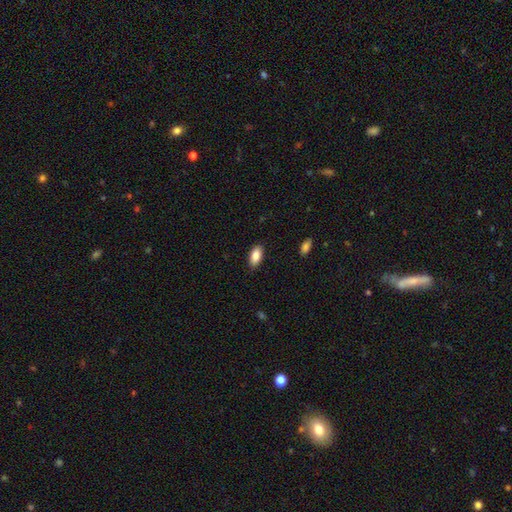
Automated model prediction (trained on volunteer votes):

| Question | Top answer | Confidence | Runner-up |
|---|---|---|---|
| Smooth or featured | smooth | 86% | star or artifact (7%) |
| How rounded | in between | 92% | cigar-shaped (5%) |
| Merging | none | 87% | minor disturbance (10%) |